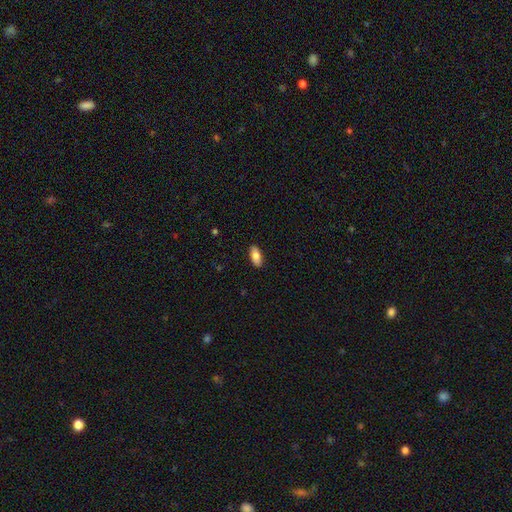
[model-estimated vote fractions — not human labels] A smooth galaxy with no disk features (81%) that is in between round and cigar-shaped (88%). Merging: none (90%).